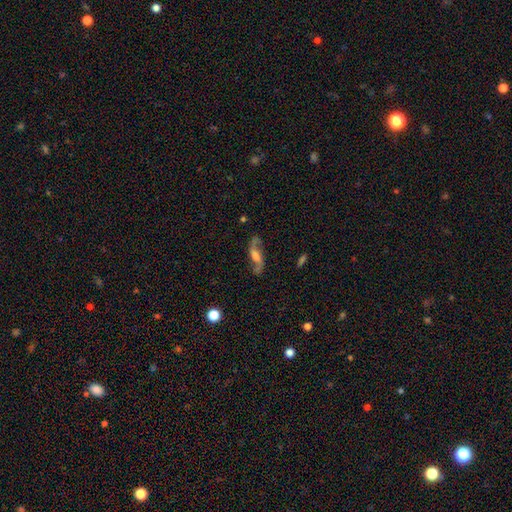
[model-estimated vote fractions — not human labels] Smooth or featured? featured or disk (78%)
Edge-on disk? no (89%)
Bar? weak (45%)
Spiral arms? yes (94%)
Spiral winding? loose (71%)
Spiral arm count? 2 (92%)
Bulge size? moderate (31%)
Merging? none (75%)